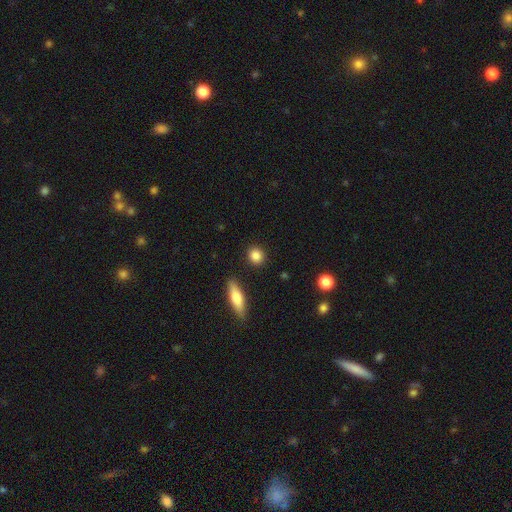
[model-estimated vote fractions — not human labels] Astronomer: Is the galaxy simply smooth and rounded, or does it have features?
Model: smooth — 86%.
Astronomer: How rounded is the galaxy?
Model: round — 82%.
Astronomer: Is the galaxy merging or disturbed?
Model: none — 90%.